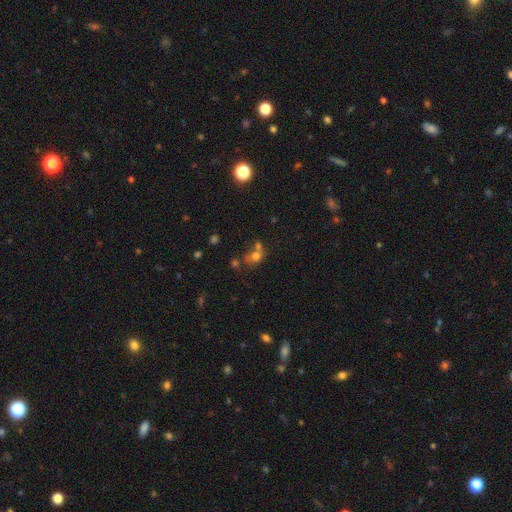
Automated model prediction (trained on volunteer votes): Smooth or featured? Predicted: smooth (p=0.66). How rounded? Predicted: round (p=0.59). Merging? Predicted: merger (p=0.43).